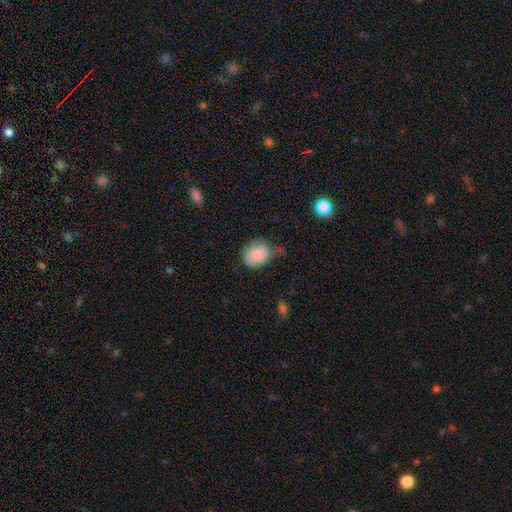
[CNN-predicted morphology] Overall: smooth (79%). How rounded: round (50%; in between 49%). Merging: none (44%; minor disturbance 38%).